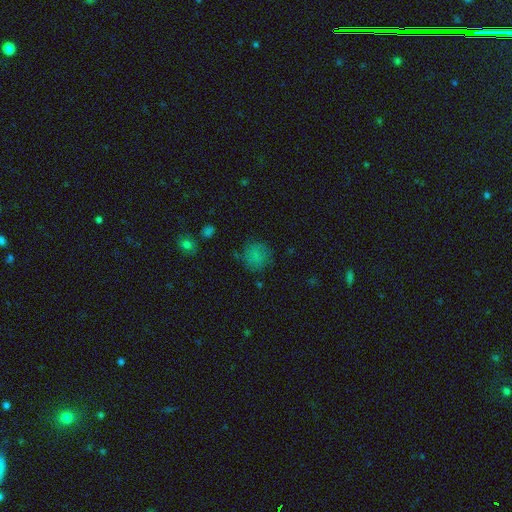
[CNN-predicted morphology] Smooth or featured: smooth — 78% (star or artifact — 14%)
How rounded: round — 87% (in between — 12%)
Merging: none — 75% (minor disturbance — 17%)